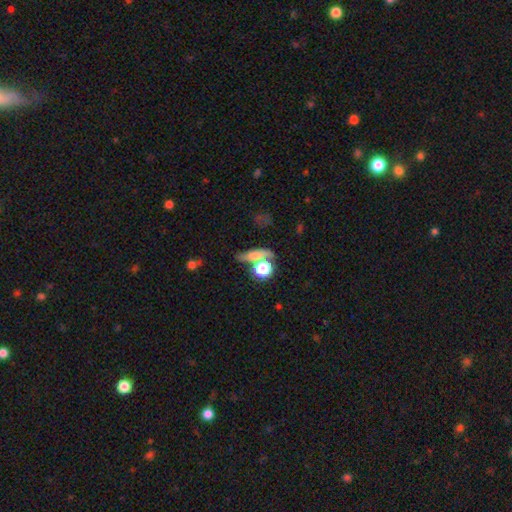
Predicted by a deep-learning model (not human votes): Smooth or featured?
  - smooth: 61% *
  - featured or disk: 22%
  - star or artifact: 17%
How rounded?
  - cigar-shaped: 38% *
  - round: 37%
  - in between: 25%
Merging?
  - none: 53% *
  - merger: 25%
  - minor disturbance: 13%
  - major disturbance: 9%